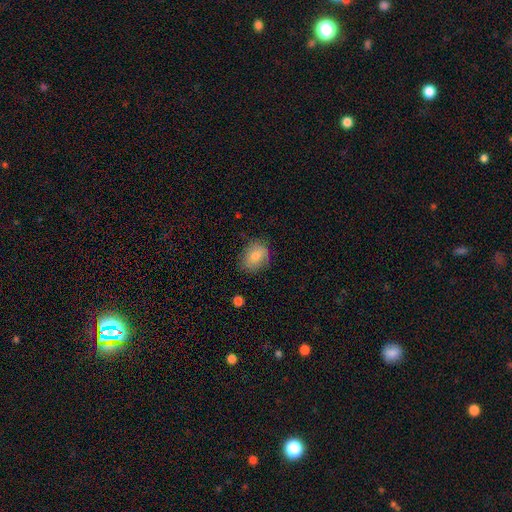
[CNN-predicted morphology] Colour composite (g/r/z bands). It shows a smooth galaxy with no disk features (81%) that is in between round and cigar-shaped (56%). Merging: none (72%).